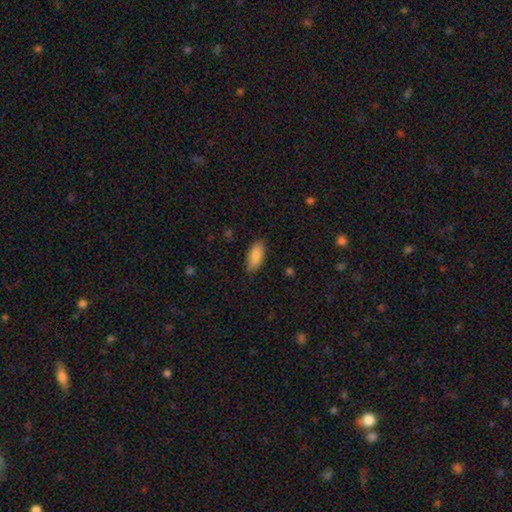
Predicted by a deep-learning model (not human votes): Q: Smooth or featured?
A: smooth (87%); runner-up: featured or disk (7%)
Q: How rounded?
A: in between (85%); runner-up: cigar-shaped (13%)
Q: Merging?
A: none (87%); runner-up: minor disturbance (10%)